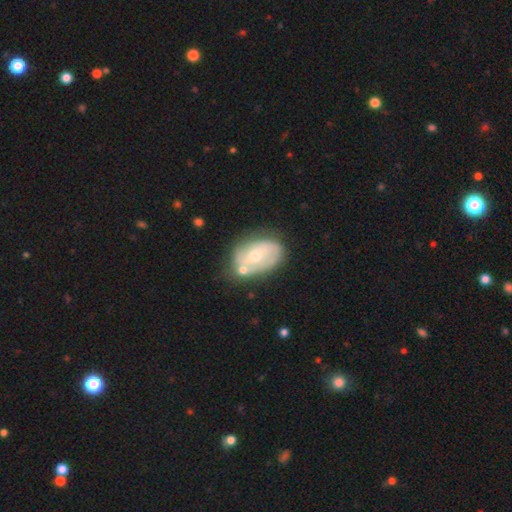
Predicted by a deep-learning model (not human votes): Smooth or featured: featured or disk — 63% (smooth — 30%)
Edge-on disk: no — 95% (yes — 5%)
Bar: no — 64% (weak — 27%)
Spiral arms: yes — 63% (no — 37%)
Bulge size: moderate — 61% (small — 34%)
Merging: none — 48% (minor disturbance — 23%)